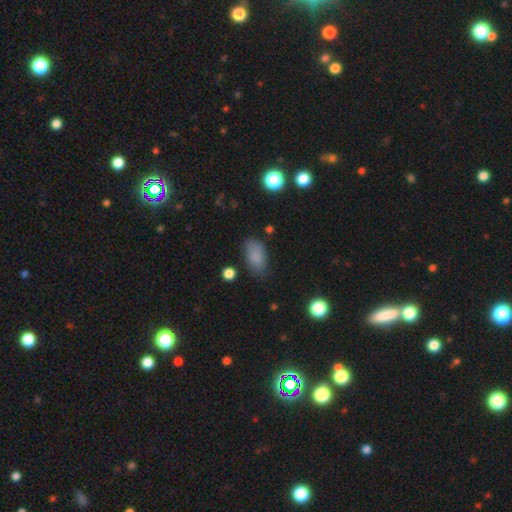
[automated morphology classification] A smooth galaxy with no disk features (83%) that is in between round and cigar-shaped (91%). Merging: none (71%).